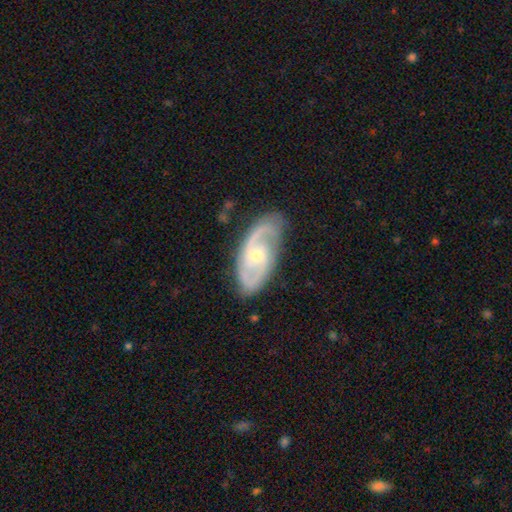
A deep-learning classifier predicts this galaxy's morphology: Smooth or featured: featured or disk — 87% (smooth — 9%)
Edge-on disk: no — 95% (yes — 5%)
Bar: no — 59% (weak — 34%)
Spiral arms: yes — 96% (no — 4%)
Spiral winding: medium — 49% (tight — 38%)
Spiral arm count: 2 — 77% (can't tell — 9%)
Bulge size: small — 56% (moderate — 41%)
Merging: none — 78% (minor disturbance — 16%)